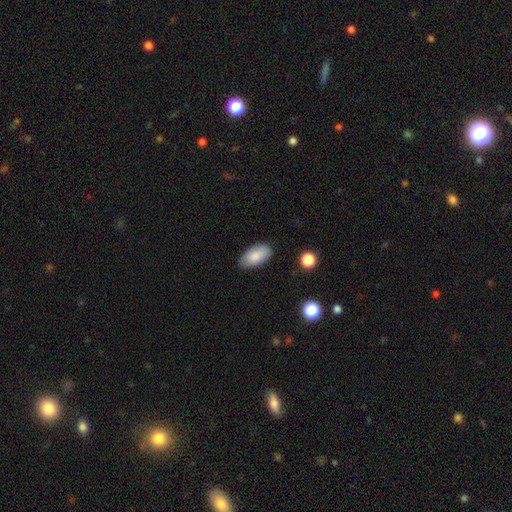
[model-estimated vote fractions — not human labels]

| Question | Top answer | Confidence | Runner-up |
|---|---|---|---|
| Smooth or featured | smooth | 84% | featured or disk (9%) |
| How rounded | in between | 94% | cigar-shaped (3%) |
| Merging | none | 79% | minor disturbance (17%) |